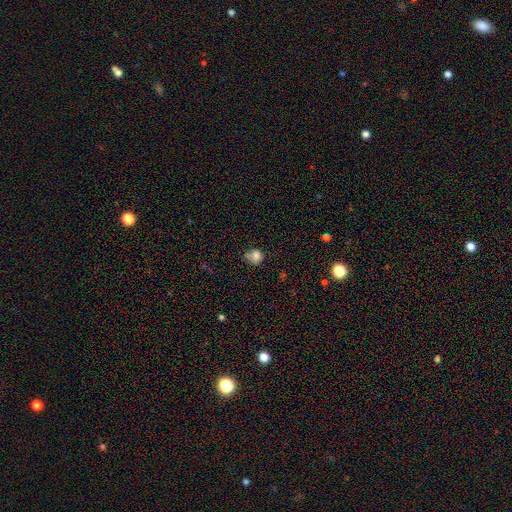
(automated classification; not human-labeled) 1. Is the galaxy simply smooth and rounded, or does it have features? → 79% smooth, 12% star or artifact, 9% featured or disk.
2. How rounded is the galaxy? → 76% round, 23% in between, 1% cigar-shaped.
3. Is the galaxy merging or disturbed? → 51% none, 29% minor disturbance, 11% merger, 9% major disturbance.